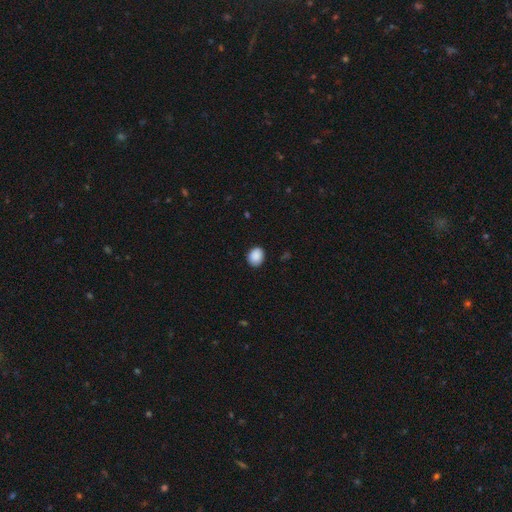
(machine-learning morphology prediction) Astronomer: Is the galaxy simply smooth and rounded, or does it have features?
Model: smooth — 89%.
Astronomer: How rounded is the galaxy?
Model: round — 53% (runner-up: in between, 46%).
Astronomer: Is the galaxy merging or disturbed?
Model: none — 86%.